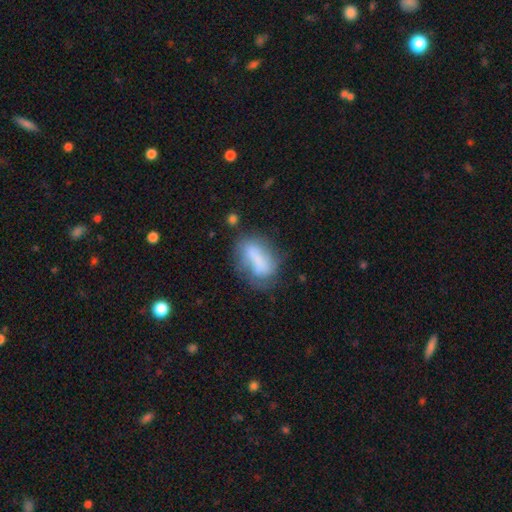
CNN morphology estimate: This appears to be a smooth galaxy with no disk features (64%) that is in between round and cigar-shaped (80%). Merging: none (46%).